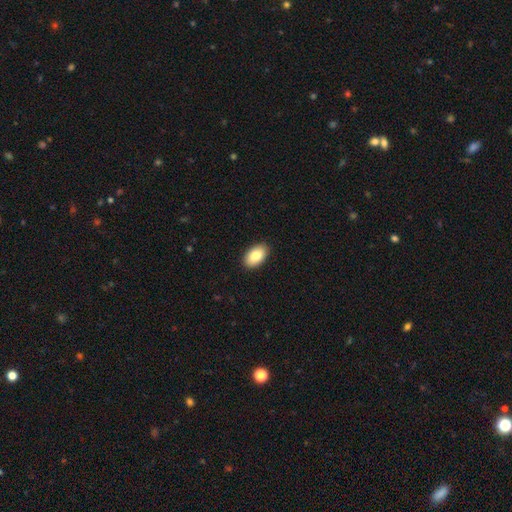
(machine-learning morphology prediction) This is clearly a smooth galaxy (85%). How rounded: clearly in between (94%). Merging: clearly none (90%).